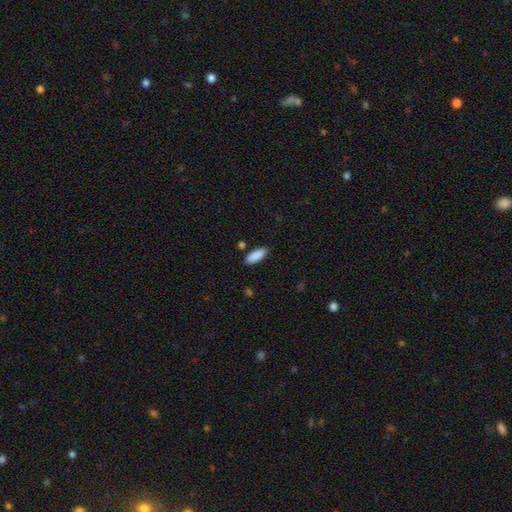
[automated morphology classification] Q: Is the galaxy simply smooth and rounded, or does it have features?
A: smooth — 90%.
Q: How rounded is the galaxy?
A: in between — 64%.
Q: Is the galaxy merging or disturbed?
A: none — 86%.